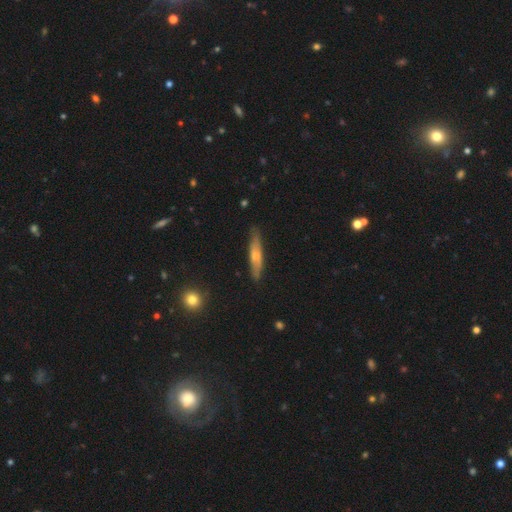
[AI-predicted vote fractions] Morphology: type=smooth (59%); roundness=cigar-shaped (81%); merging=none (78%).